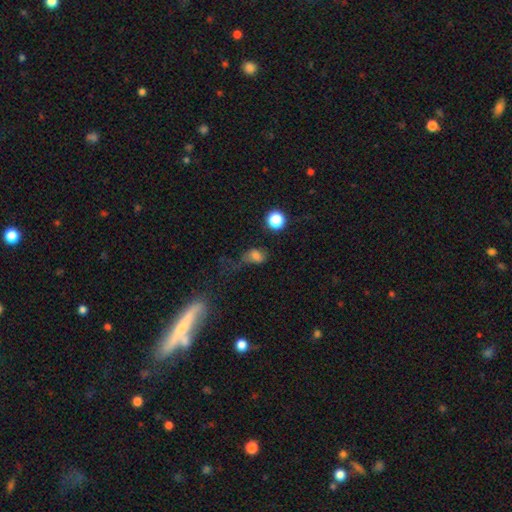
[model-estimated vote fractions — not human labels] Morphology: type=smooth (70%); roundness=in between (66%); merging=none (36%).